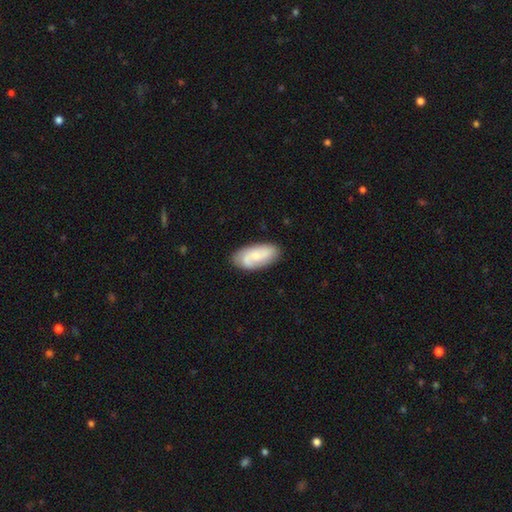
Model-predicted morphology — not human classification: The model was most divided on "smooth or featured": smooth: 49%, featured or disk: 44%, star or artifact: 7%. More confident: merging — none (79%).